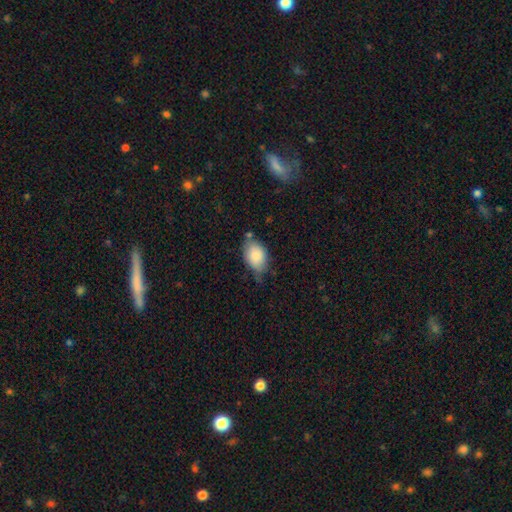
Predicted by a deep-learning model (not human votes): Smooth or featured: smooth — 84% (featured or disk — 9%)
How rounded: in between — 85% (round — 13%)
Merging: none — 54% (minor disturbance — 33%)